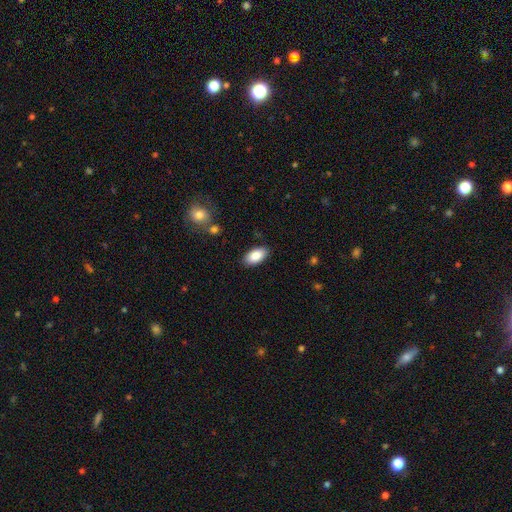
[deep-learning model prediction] Q: Smooth or featured?
A: smooth (88%); runner-up: star or artifact (6%)
Q: How rounded?
A: in between (94%); runner-up: cigar-shaped (4%)
Q: Merging?
A: none (87%); runner-up: minor disturbance (9%)